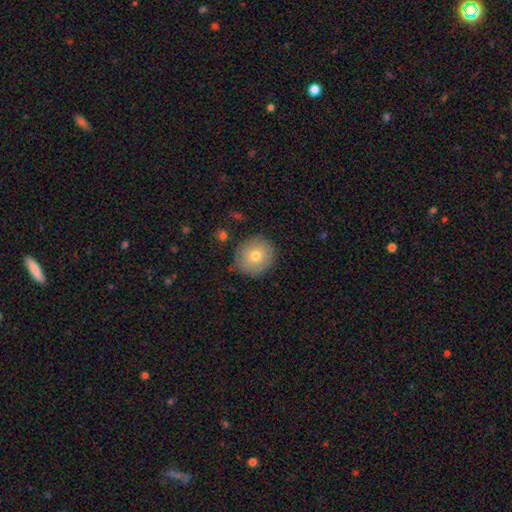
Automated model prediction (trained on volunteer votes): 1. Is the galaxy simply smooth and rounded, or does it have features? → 74% smooth, 17% featured or disk, 9% star or artifact.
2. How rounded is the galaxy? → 90% round, 9% in between, 1% cigar-shaped.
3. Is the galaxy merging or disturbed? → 84% none, 12% minor disturbance, 3% major disturbance, 2% merger.